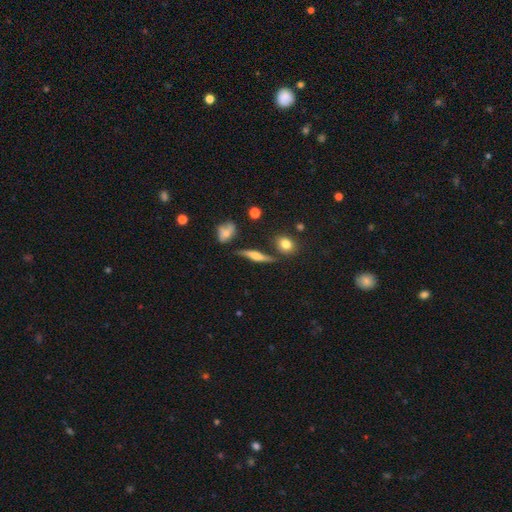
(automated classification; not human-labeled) Smooth or featured?
  - featured or disk: 55% *
  - smooth: 36%
  - star or artifact: 8%
Edge-on disk?
  - yes: 84% *
  - no: 16%
Merging?
  - none: 71% *
  - minor disturbance: 18%
  - merger: 6%
  - major disturbance: 5%